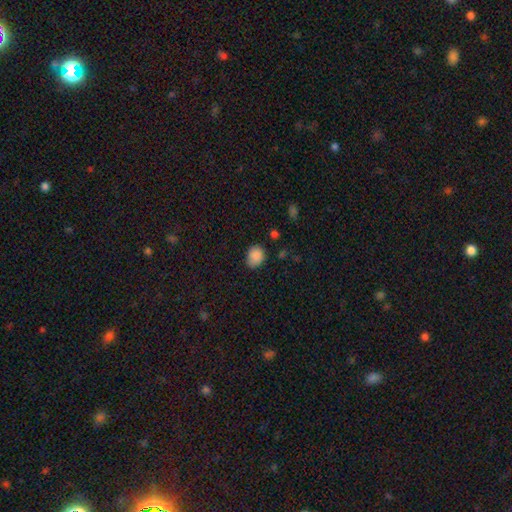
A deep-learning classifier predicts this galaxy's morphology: A smooth galaxy with no disk features (86%) that is round (50%). Merging: none (68%).